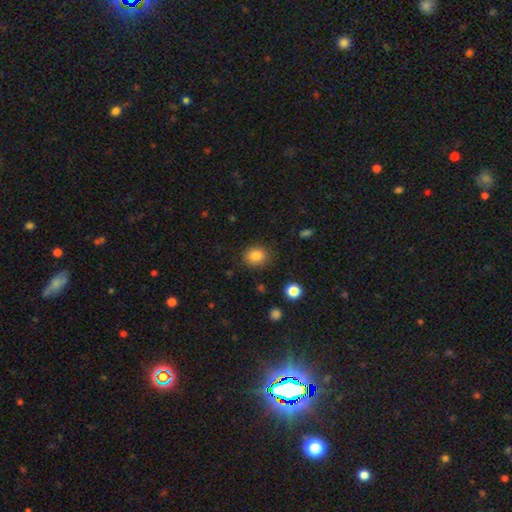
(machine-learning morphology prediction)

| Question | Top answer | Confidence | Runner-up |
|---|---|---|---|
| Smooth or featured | smooth | 85% | star or artifact (10%) |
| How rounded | round | 72% | in between (27%) |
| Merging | none | 87% | minor disturbance (9%) |